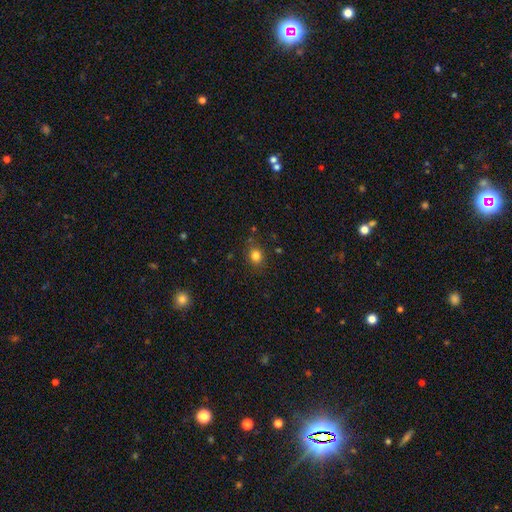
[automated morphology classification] A smooth galaxy with no disk features (81%) that is round (70%).

Vote fractions:
- Smooth or featured? smooth: 81% / star or artifact: 13% / featured or disk: 6%
- How rounded? round: 70% / in between: 29% / cigar-shaped: 1%
- Merging? none: 83% / minor disturbance: 12% / major disturbance: 3% / merger: 3%